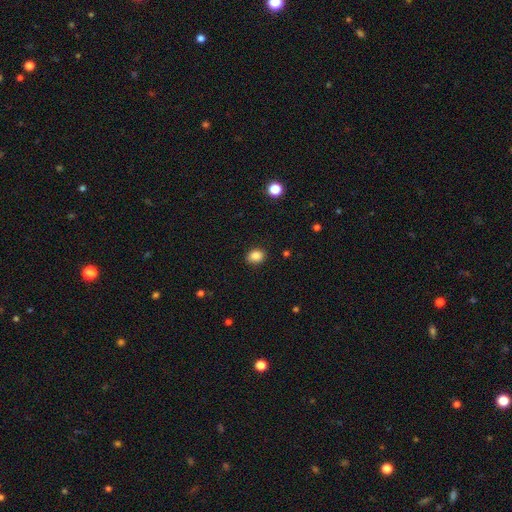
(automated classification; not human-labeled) Smooth or featured?
  - smooth: 86% *
  - star or artifact: 10%
  - featured or disk: 4%
How rounded?
  - round: 51% *
  - in between: 48%
  - cigar-shaped: 1%
Merging?
  - none: 89% *
  - minor disturbance: 8%
  - major disturbance: 2%
  - merger: 1%